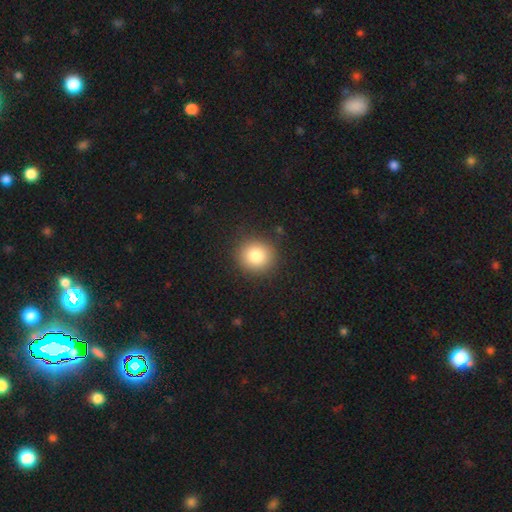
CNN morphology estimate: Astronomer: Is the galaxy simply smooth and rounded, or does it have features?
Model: smooth — 83%.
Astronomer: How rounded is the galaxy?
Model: round — 88%.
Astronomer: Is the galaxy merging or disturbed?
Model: none — 89%.